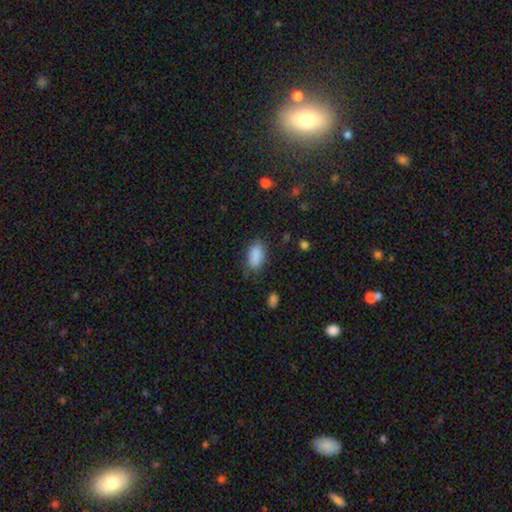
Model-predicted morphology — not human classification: Smooth or featured? smooth (88%)
How rounded? in between (92%)
Merging? none (77%)